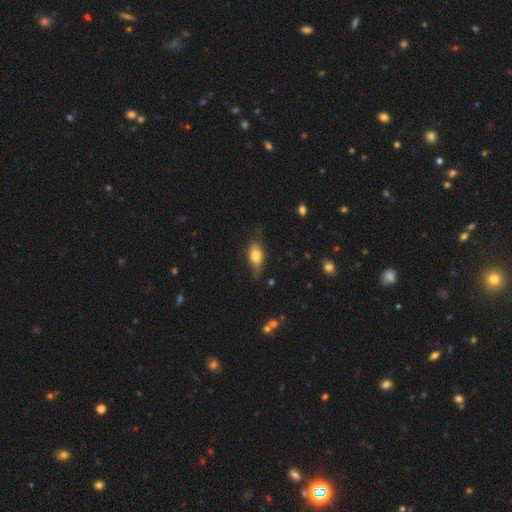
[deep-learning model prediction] smooth 69%, featured or disk 23%, star or artifact 7%. Down the decision tree: how rounded — in between (81%); merging — none (63%).